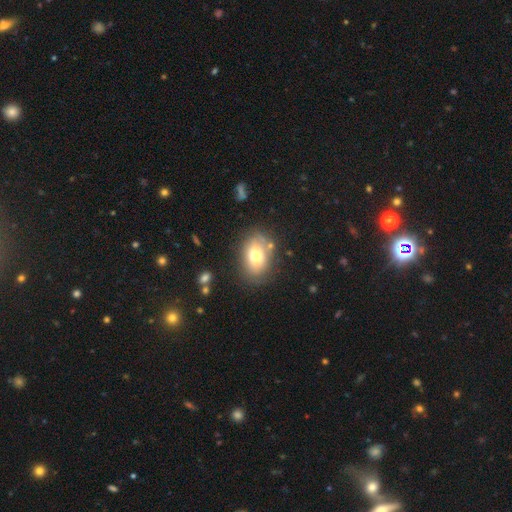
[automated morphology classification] Smooth or featured?
  - smooth: 72% *
  - featured or disk: 19%
  - star or artifact: 9%
How rounded?
  - in between: 77% *
  - round: 22%
  - cigar-shaped: 1%
Merging?
  - none: 74% *
  - minor disturbance: 16%
  - major disturbance: 6%
  - merger: 4%